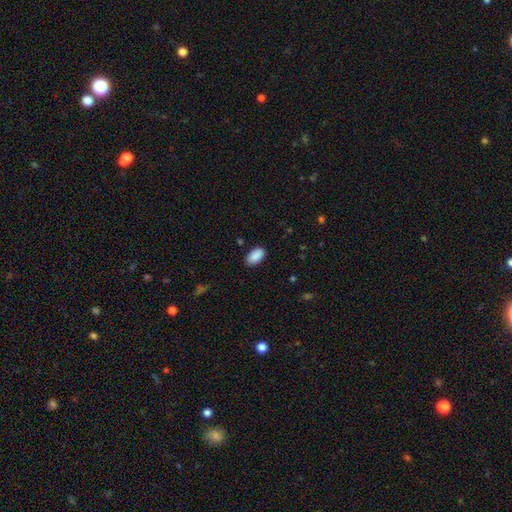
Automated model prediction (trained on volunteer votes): This appears to be a smooth galaxy with no disk features (90%) that is in between round and cigar-shaped (94%). Merging: none (86%).